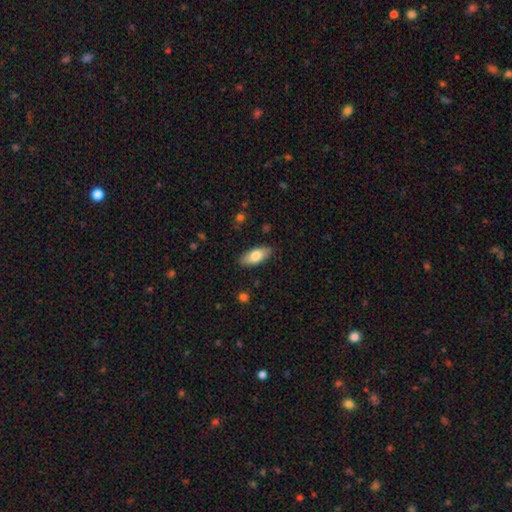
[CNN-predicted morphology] The model was most divided on "smooth or featured": smooth: 78%, featured or disk: 17%, star or artifact: 6%. More confident: merging — none (88%); how rounded — in between (84%).